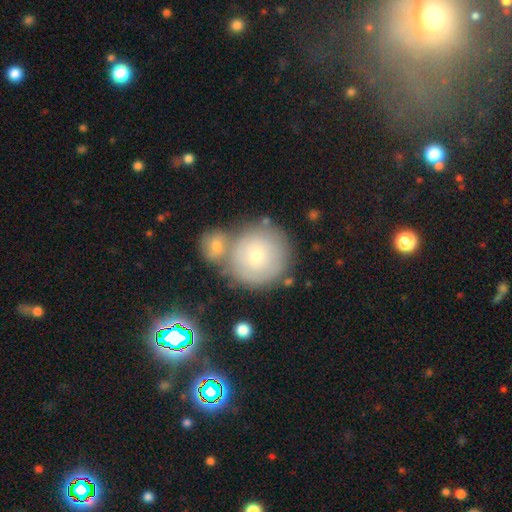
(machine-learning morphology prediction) Smooth or featured? smooth (65%)
How rounded? round (94%)
Merging? none (57%)